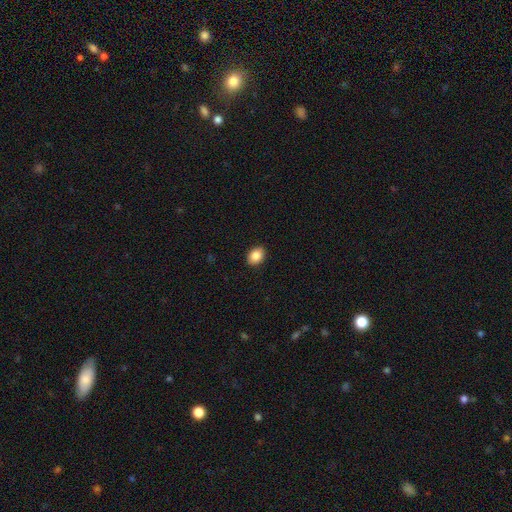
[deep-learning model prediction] The model was most divided on "how rounded": in between: 65%, round: 35%, cigar-shaped: 1%. More confident: merging — none (91%); smooth or featured — smooth (87%).